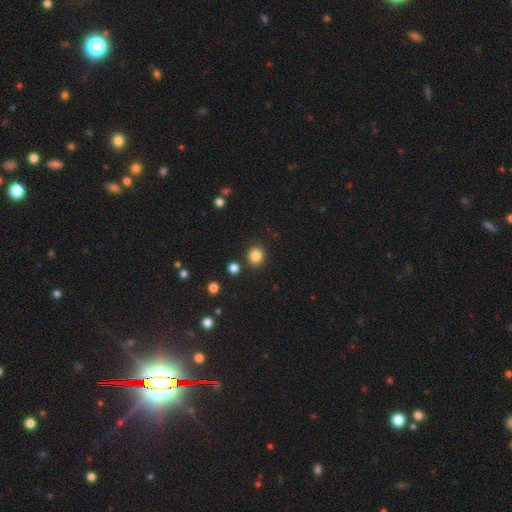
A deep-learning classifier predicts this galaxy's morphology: smooth 85%, star or artifact 11%, featured or disk 4%. Down the decision tree: how rounded — round (81%); merging — none (87%).